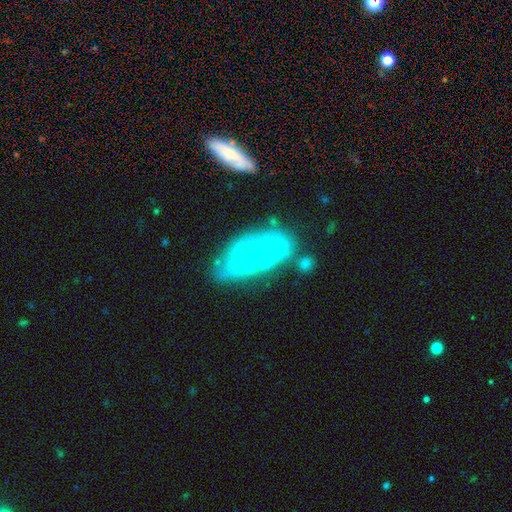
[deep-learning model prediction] Morphology: type=featured or disk (79%); edge-on=no (95%); bar=no (70%); spiral arms=yes (65%); bulge=small (67%); merging=none (47%).